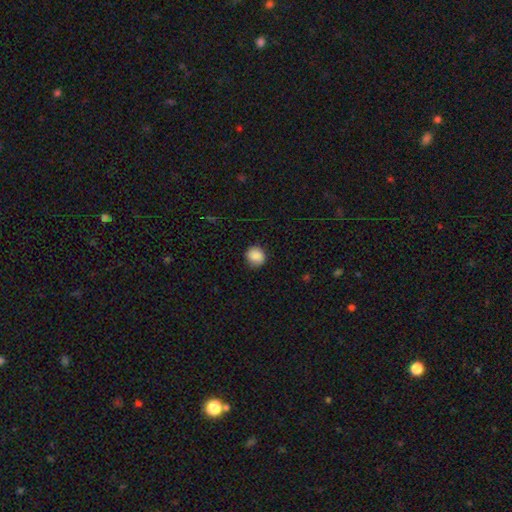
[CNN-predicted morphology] The model was most divided on "merging": none: 80%, minor disturbance: 16%, major disturbance: 3%, merger: 1%. More confident: smooth or featured — smooth (86%); how rounded — round (85%).